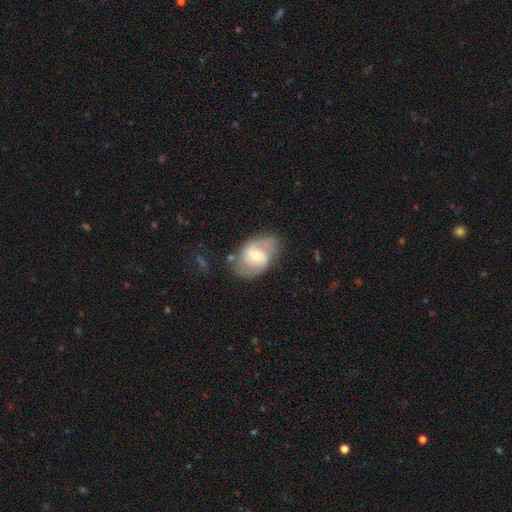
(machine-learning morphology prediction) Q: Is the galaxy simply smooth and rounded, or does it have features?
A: featured or disk — 80%.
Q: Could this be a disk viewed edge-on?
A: no — 97%.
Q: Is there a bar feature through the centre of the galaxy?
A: weak — 51%.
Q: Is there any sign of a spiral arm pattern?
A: yes — 94%.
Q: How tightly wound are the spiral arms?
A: medium — 53%.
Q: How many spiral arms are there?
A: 2 — 84%.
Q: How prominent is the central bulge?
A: moderate — 50%.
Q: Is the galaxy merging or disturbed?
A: none — 68%.